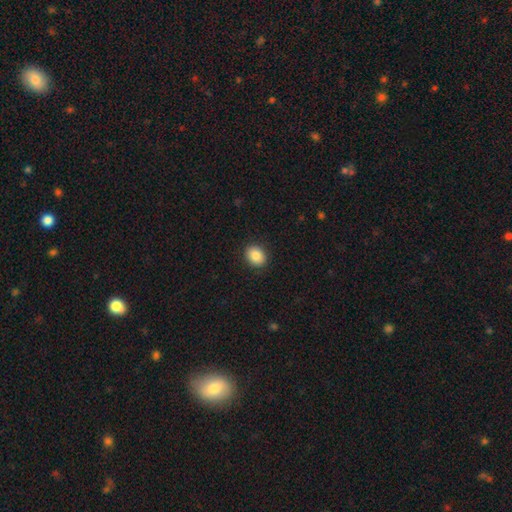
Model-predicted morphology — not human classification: Smooth or featured: smooth — 87% (star or artifact — 8%)
How rounded: round — 53% (in between — 47%)
Merging: none — 90% (minor disturbance — 7%)